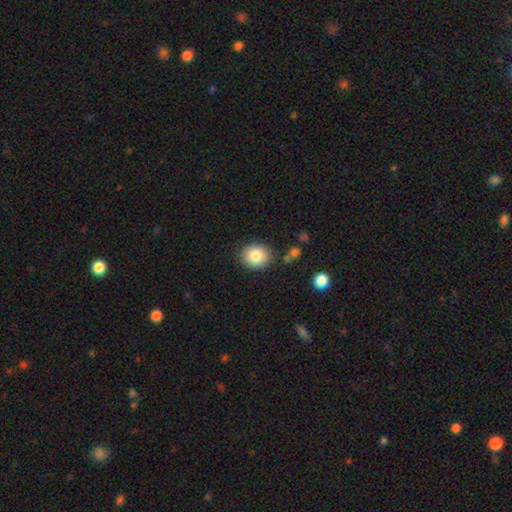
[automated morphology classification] Smooth or featured: smooth — 84% (star or artifact — 9%)
How rounded: round — 68% (in between — 31%)
Merging: none — 85% (minor disturbance — 10%)